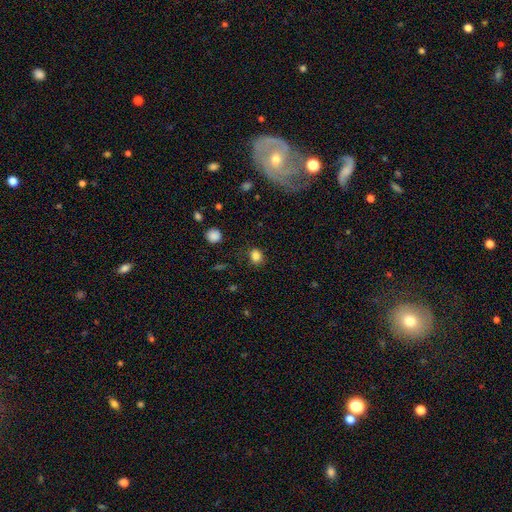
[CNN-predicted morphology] Smooth or featured: smooth — 84% (star or artifact — 12%)
How rounded: round — 58% (in between — 41%)
Merging: none — 80% (minor disturbance — 14%)